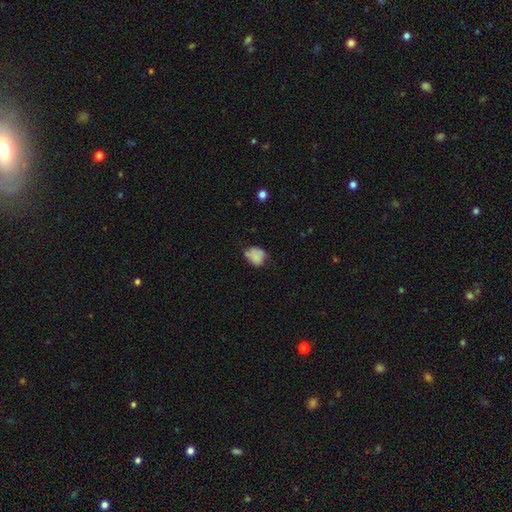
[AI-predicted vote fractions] Smooth or featured? Predicted: smooth (p=0.76). How rounded? Predicted: round (p=0.56). Merging? Predicted: none (p=0.46).